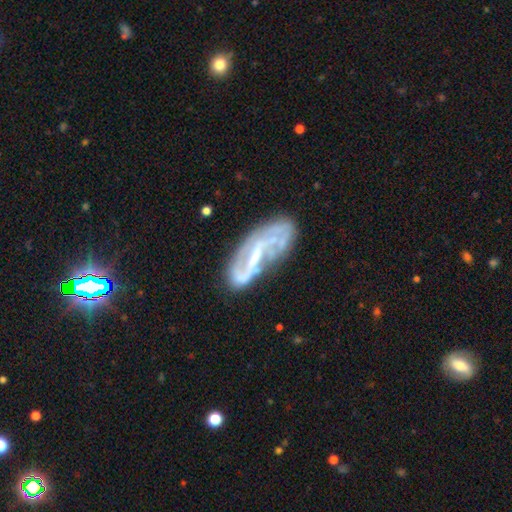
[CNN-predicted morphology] A featured or disk galaxy (76%) with a strong bar (43%), 2 (50%) medium (36%) spiral arms (75%) and a small central bulge (46%). Merging: none (60%).